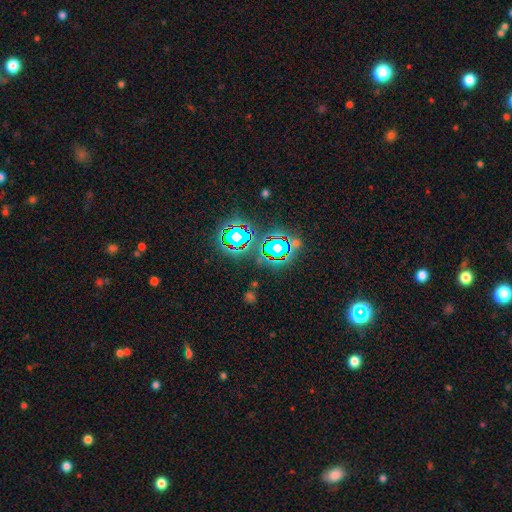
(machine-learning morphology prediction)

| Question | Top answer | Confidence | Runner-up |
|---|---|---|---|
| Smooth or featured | star or artifact | 72% | smooth (19%) |